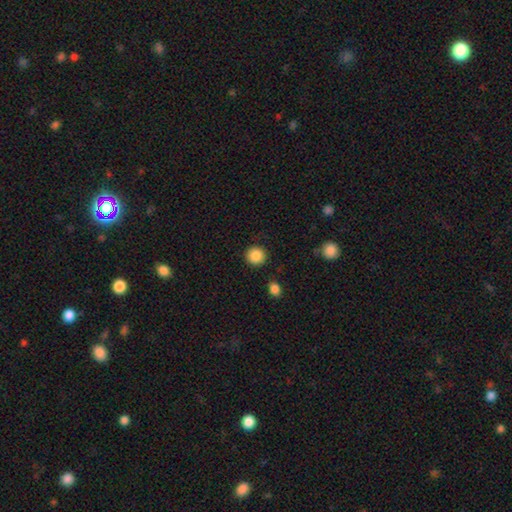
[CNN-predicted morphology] smooth-or-featured: smooth: 88% | star or artifact: 9% | featured or disk: 3%
  how-rounded: round: 92% | in between: 7% | cigar-shaped: 1%
  merging: none: 89% | minor disturbance: 6% | major disturbance: 2% | merger: 2%